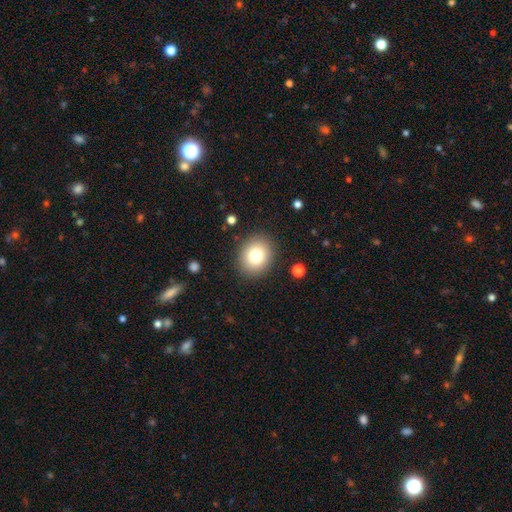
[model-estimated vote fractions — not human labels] Q: Smooth or featured?
A: smooth (79%); runner-up: star or artifact (10%)
Q: How rounded?
A: round (66%); runner-up: in between (34%)
Q: Merging?
A: none (88%); runner-up: minor disturbance (8%)